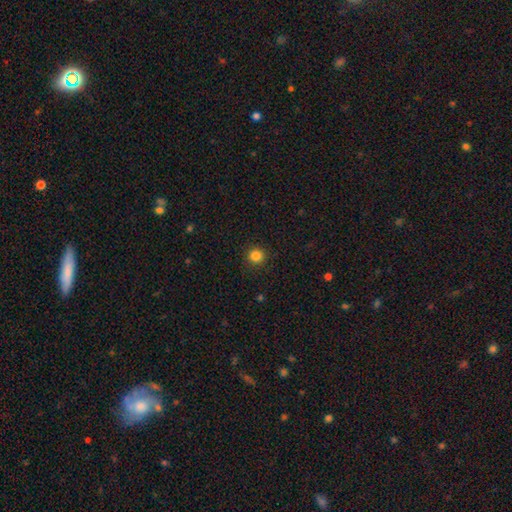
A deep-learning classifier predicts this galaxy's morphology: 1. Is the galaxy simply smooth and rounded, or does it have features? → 84% smooth, 12% star or artifact, 4% featured or disk.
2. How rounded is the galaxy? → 94% round, 5% in between, 1% cigar-shaped.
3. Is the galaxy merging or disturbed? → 91% none, 6% minor disturbance, 2% major disturbance, 1% merger.